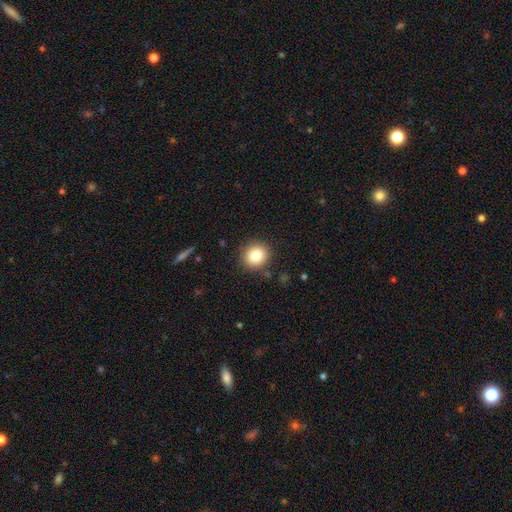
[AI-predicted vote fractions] smooth_or_featured: smooth (p=0.82) [alt: star or artifact p=0.11]
how_rounded: round (p=0.89) [alt: in between p=0.11]
merging: none (p=0.89) [alt: minor disturbance p=0.07]